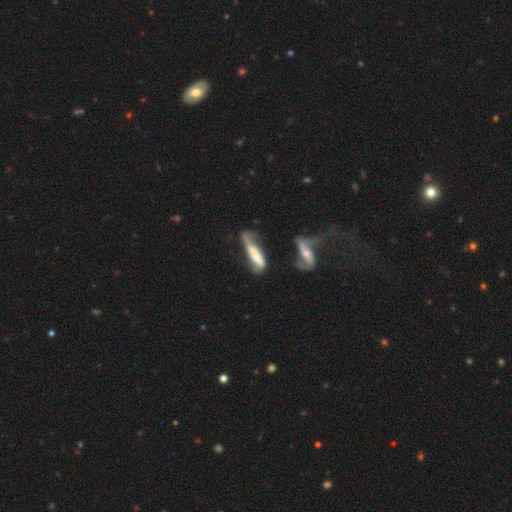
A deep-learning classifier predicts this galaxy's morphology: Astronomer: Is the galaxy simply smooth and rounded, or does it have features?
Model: featured or disk — 48% (runner-up: smooth, 45%).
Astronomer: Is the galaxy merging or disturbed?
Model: major disturbance — 32% (runner-up: none, 26%).